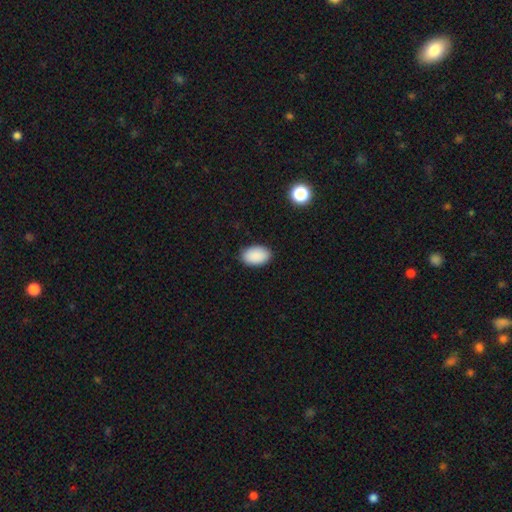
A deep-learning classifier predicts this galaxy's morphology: Smooth or featured?
  - smooth: 90% *
  - star or artifact: 7%
  - featured or disk: 3%
How rounded?
  - in between: 93% *
  - round: 6%
  - cigar-shaped: 1%
Merging?
  - none: 88% *
  - minor disturbance: 9%
  - major disturbance: 2%
  - merger: 1%